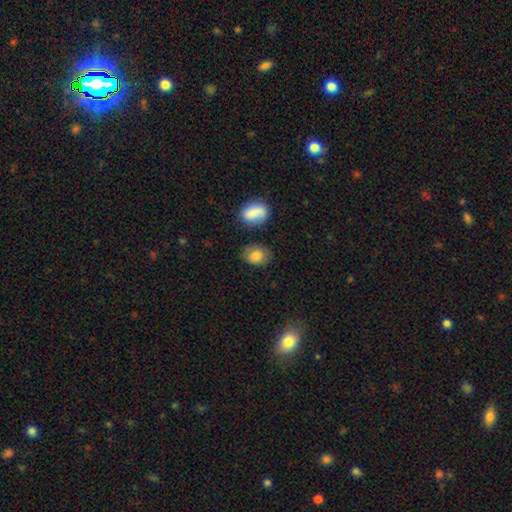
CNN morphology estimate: type=smooth (83%); roundness=in between (70%); merging=none (74%).